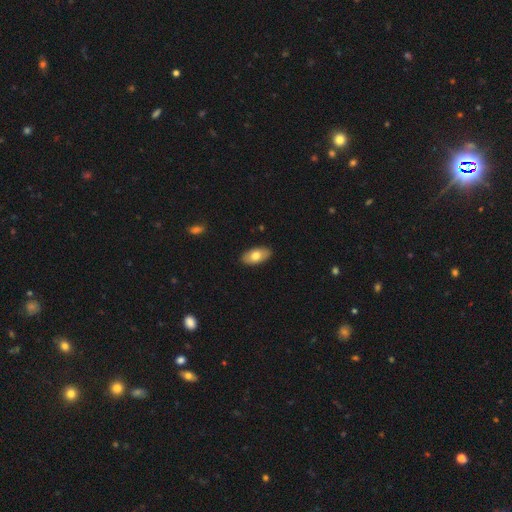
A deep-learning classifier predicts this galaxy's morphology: smooth_or_featured: smooth (p=0.75) [alt: featured or disk p=0.19]
how_rounded: in between (p=0.93) [alt: round p=0.04]
merging: none (p=0.88) [alt: minor disturbance p=0.09]